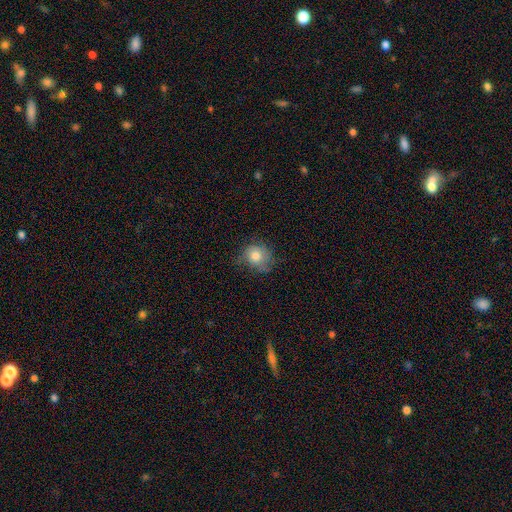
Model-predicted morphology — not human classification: A smooth galaxy with no disk features (74%) that is round (76%).

Vote fractions:
- Smooth or featured? smooth: 74% / featured or disk: 17% / star or artifact: 9%
- How rounded? round: 76% / in between: 23% / cigar-shaped: 1%
- Merging? none: 59% / minor disturbance: 27% / major disturbance: 12% / merger: 1%